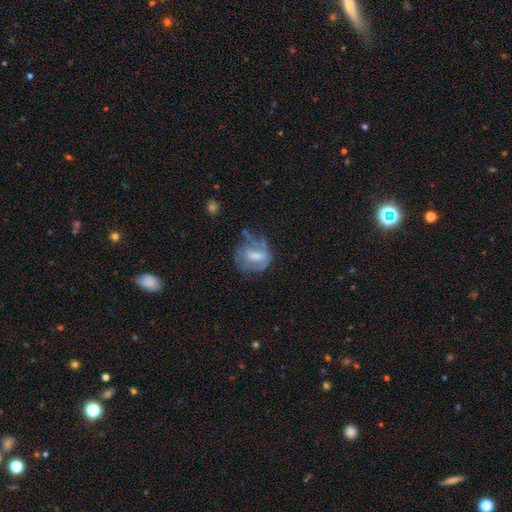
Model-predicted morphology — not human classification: This appears to be a featured or disk galaxy (53%) with a weak bar (46%), no spiral arms (51%) and a moderate central bulge (50%). Merging: none (46%).